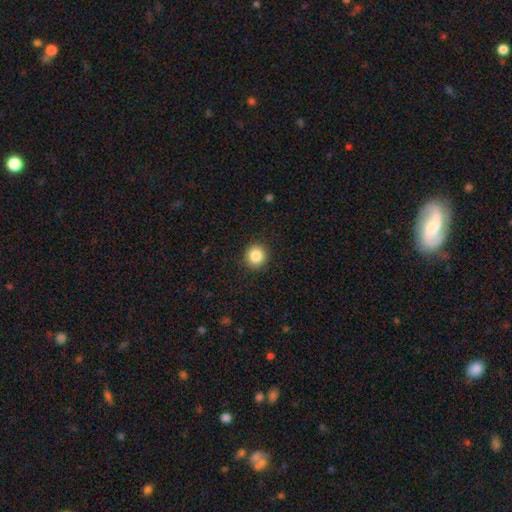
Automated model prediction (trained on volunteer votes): Smooth or featured?
  - smooth: 85% *
  - star or artifact: 10%
  - featured or disk: 5%
How rounded?
  - round: 91% *
  - in between: 8%
  - cigar-shaped: 1%
Merging?
  - none: 92% *
  - minor disturbance: 6%
  - major disturbance: 2%
  - merger: 1%